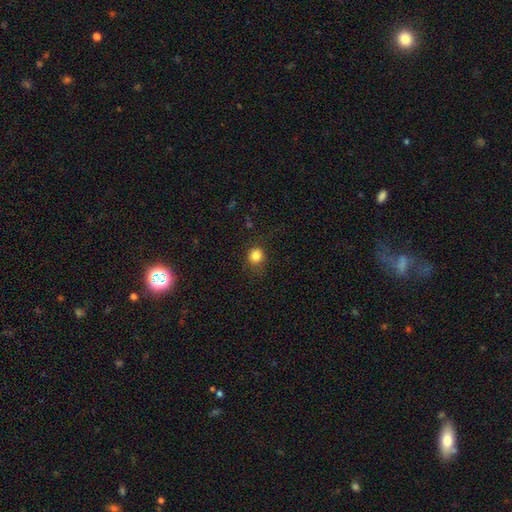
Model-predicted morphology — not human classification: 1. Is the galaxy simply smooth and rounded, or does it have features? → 82% smooth, 12% star or artifact, 5% featured or disk.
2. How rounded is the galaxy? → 86% round, 13% in between, 1% cigar-shaped.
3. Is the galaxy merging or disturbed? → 79% none, 14% minor disturbance, 5% major disturbance, 1% merger.